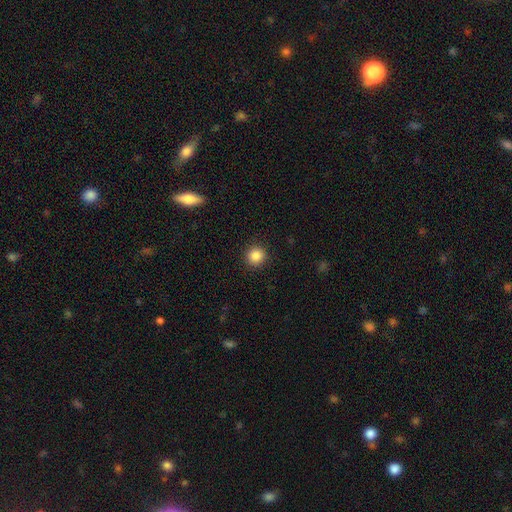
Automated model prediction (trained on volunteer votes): Morphology: type=smooth (87%); roundness=round (92%); merging=none (91%).